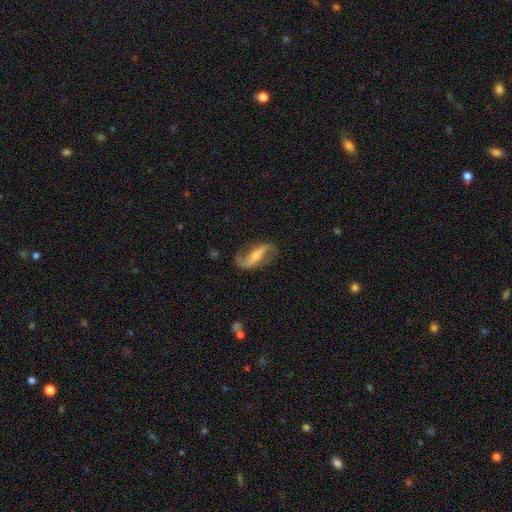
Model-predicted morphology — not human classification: This is clearly a featured or disk galaxy (83%). It is clearly not viewed edge-on (91%). Bar: marginally strong (45%). Spiral arm pattern: clearly yes (93%). Spiral arm count: clearly 2 (91%). Spiral winding: clearly loose (80%). Central bulge: possibly small (46%). Merging: likely none (75%).